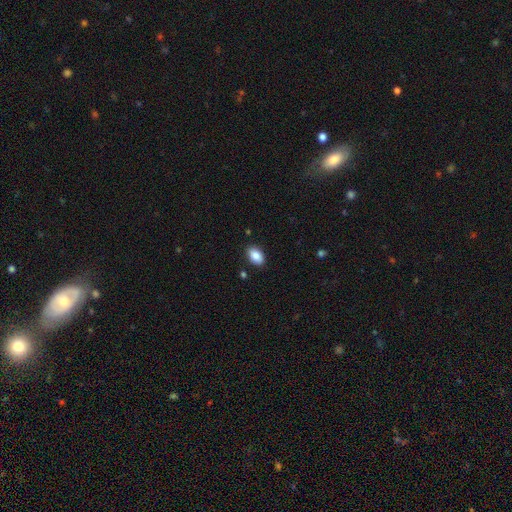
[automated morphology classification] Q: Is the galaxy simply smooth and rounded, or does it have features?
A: smooth — 86%.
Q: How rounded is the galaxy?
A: in between — 92%.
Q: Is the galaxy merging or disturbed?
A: none — 88%.